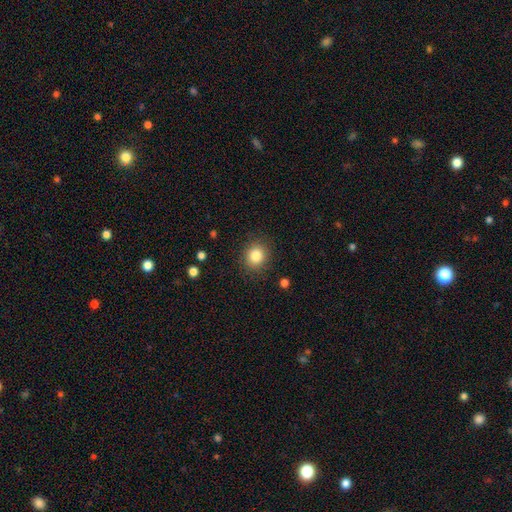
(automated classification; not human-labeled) Overall: smooth (83%). How rounded: round (77%). Merging: none (88%).